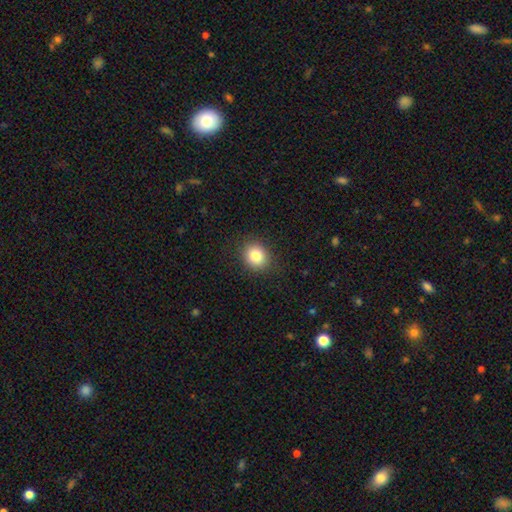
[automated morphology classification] This is clearly a smooth galaxy (83%). How rounded: likely round (77%). Merging: clearly none (89%).